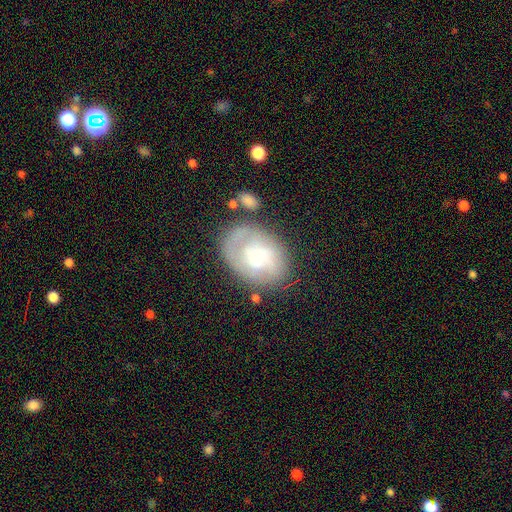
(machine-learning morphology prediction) smooth-or-featured: featured or disk: 55% | smooth: 37% | star or artifact: 8%
  disk-edge-on: no: 97% | yes: 3%
    bar: no: 65% | weak: 28% | strong: 7%
    has-spiral-arms: yes: 70% | no: 30%
    bulge-size: moderate: 27% (tied) | small: 27% (tied) | large: 24% | none: 15% | dominant: 6%
  merging: none: 53% | minor disturbance: 23% | major disturbance: 16% | merger: 8%